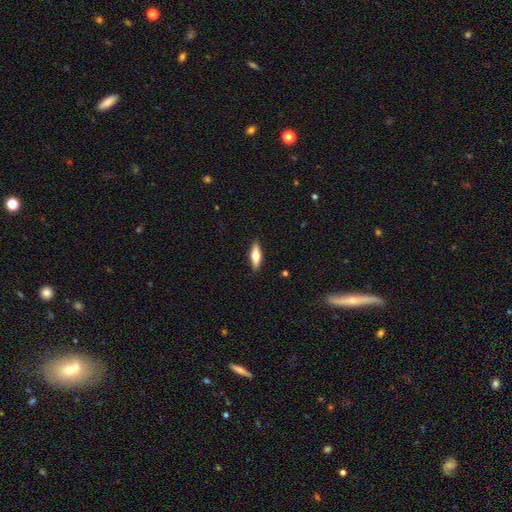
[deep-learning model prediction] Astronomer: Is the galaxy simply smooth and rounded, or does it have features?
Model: smooth — 53% (runner-up: featured or disk, 41%).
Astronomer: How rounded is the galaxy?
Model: in between — 50% (runner-up: cigar-shaped, 47%).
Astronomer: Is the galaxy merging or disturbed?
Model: none — 88%.